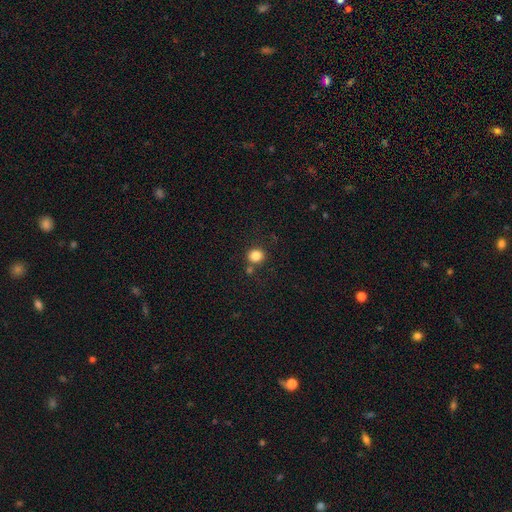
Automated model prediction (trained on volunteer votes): Q: Smooth or featured?
A: smooth (83%); runner-up: star or artifact (12%)
Q: How rounded?
A: round (87%); runner-up: in between (12%)
Q: Merging?
A: none (79%); runner-up: merger (10%)